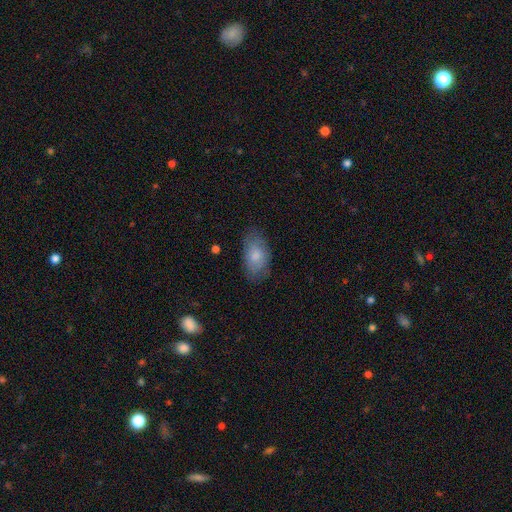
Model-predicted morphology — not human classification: smooth 76%, featured or disk 17%, star or artifact 6%. Down the decision tree: how rounded — in between (93%); merging — none (75%).